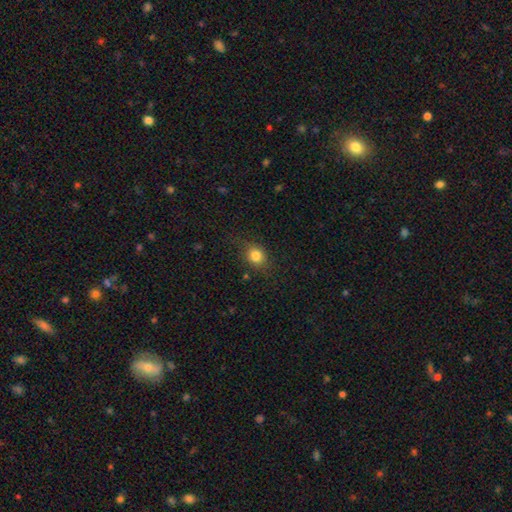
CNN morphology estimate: A smooth galaxy with no disk features (82%) that is round (65%).

Vote fractions:
- Smooth or featured? smooth: 82% / star or artifact: 11% / featured or disk: 7%
- How rounded? round: 65% / in between: 33% / cigar-shaped: 1%
- Merging? none: 77% / minor disturbance: 17% / major disturbance: 6% / merger: 1%